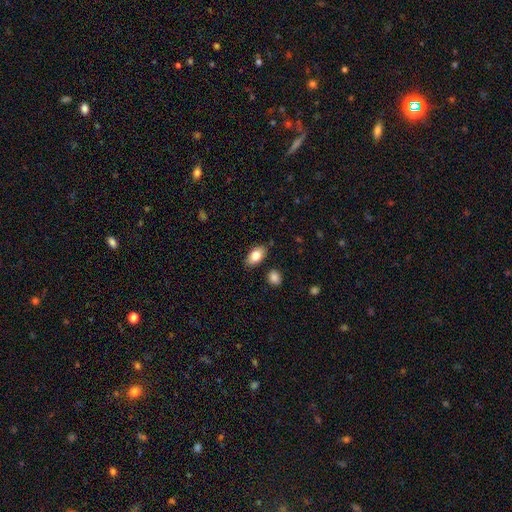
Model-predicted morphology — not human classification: Smooth or featured? smooth (80%)
How rounded? in between (91%)
Merging? none (84%)